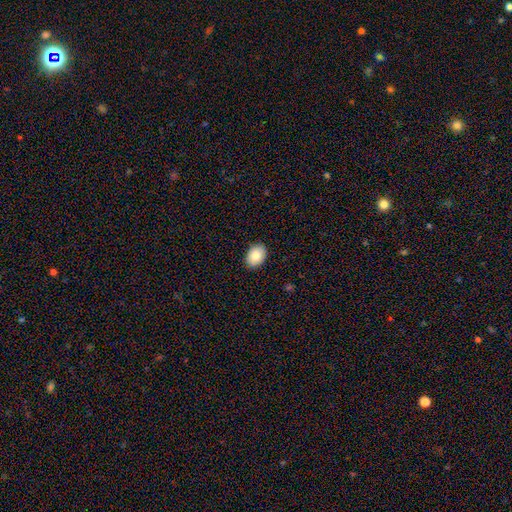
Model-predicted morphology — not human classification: Smooth or featured: smooth — 83% (featured or disk — 10%)
How rounded: in between — 78% (round — 21%)
Merging: none — 90% (minor disturbance — 8%)